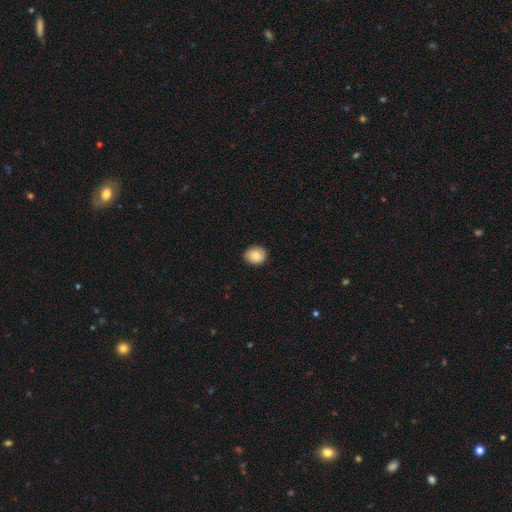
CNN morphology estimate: A smooth galaxy with no disk features (83%) that is round (61%). Merging: none (85%).